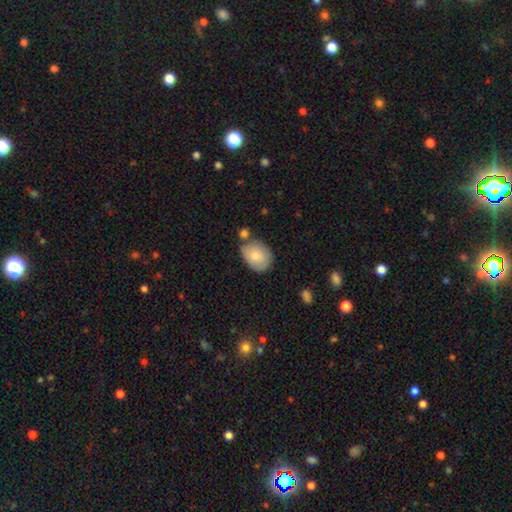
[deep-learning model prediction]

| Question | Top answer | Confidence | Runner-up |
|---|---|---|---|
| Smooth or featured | smooth | 78% | featured or disk (15%) |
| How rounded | in between | 62% | round (37%) |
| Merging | none | 59% | minor disturbance (24%) |